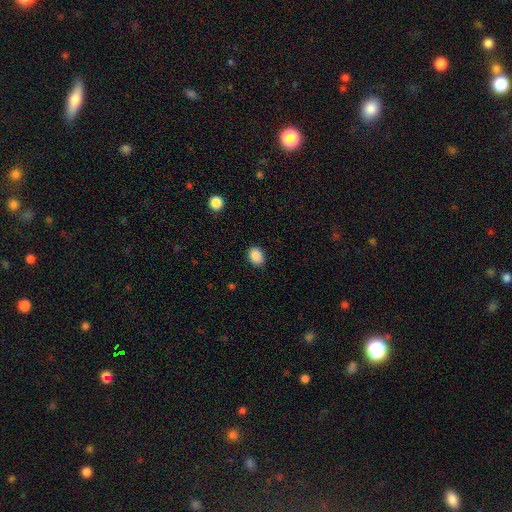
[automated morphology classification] Smooth or featured?
  - smooth: 88% *
  - star or artifact: 9%
  - featured or disk: 3%
How rounded?
  - in between: 55% *
  - round: 44%
  - cigar-shaped: 1%
Merging?
  - none: 84% *
  - minor disturbance: 12%
  - major disturbance: 3%
  - merger: 1%